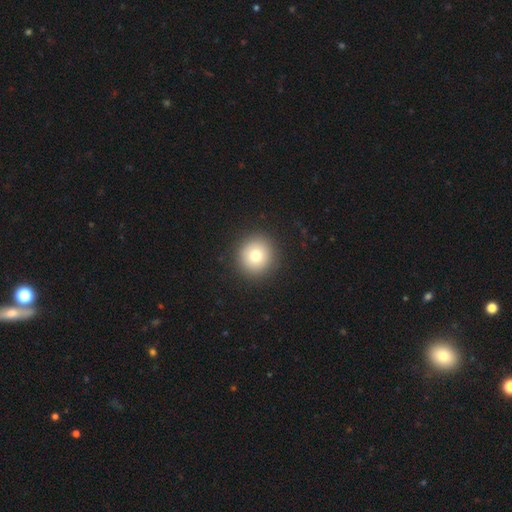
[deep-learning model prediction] smooth 76%, featured or disk 13%, star or artifact 11%. Down the decision tree: how rounded — round (94%); merging — none (91%).